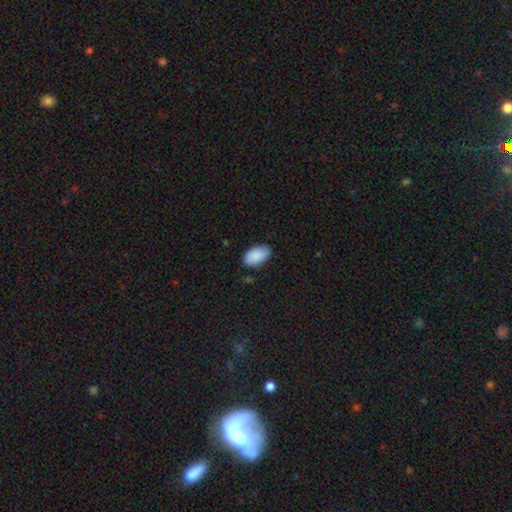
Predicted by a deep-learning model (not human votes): Smooth or featured: smooth — 90% (star or artifact — 6%)
How rounded: in between — 95% (round — 4%)
Merging: none — 82% (minor disturbance — 15%)